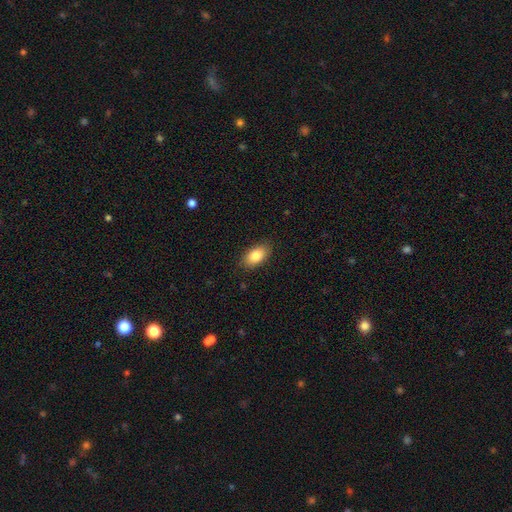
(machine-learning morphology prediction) Overall: smooth (84%). How rounded: in between (92%). Merging: none (86%).